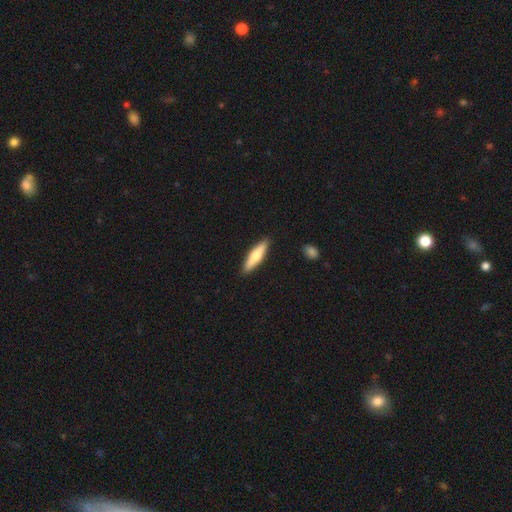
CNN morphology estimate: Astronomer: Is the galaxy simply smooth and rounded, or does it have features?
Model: smooth — 64%.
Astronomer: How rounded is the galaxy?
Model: cigar-shaped — 75%.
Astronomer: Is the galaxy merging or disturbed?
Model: none — 89%.